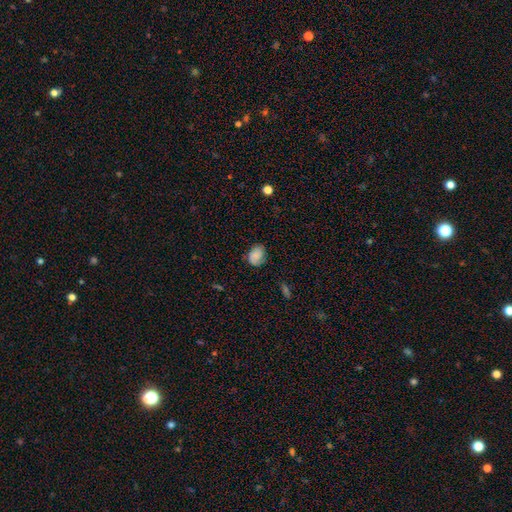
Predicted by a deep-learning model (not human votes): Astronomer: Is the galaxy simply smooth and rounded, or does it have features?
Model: smooth — 76%.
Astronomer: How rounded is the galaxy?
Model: in between — 68%.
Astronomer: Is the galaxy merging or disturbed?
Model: none — 67%.